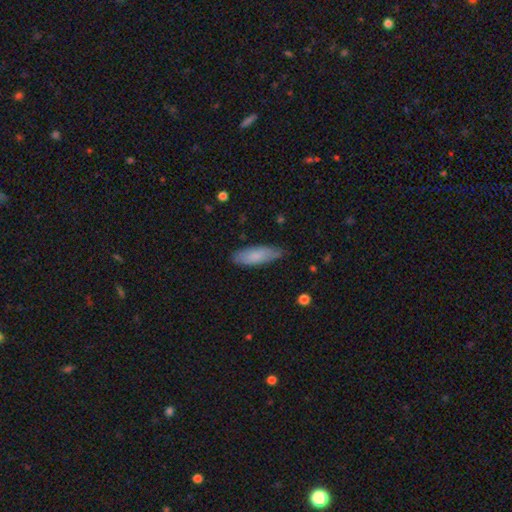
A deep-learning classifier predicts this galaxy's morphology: type=smooth (82%); roundness=in between (58%); merging=none (78%).